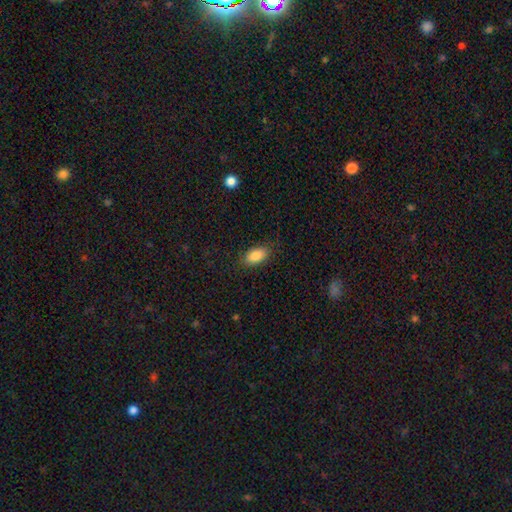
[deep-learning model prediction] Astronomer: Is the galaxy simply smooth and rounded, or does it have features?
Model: smooth — 86%.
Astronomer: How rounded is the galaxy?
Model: in between — 91%.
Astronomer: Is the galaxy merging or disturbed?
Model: none — 83%.